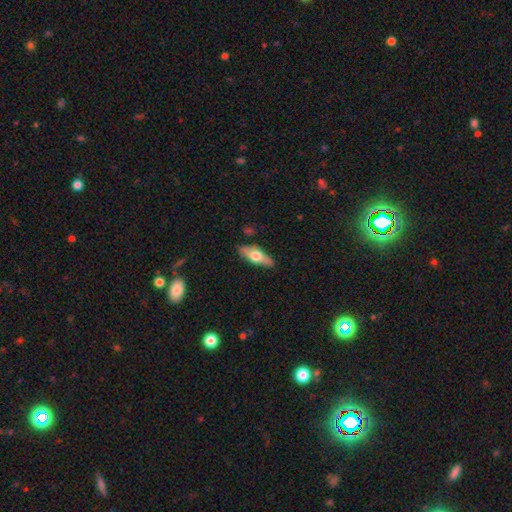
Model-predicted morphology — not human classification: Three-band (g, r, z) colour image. It shows a smooth galaxy with no disk features (50%). Merging: none (84%).